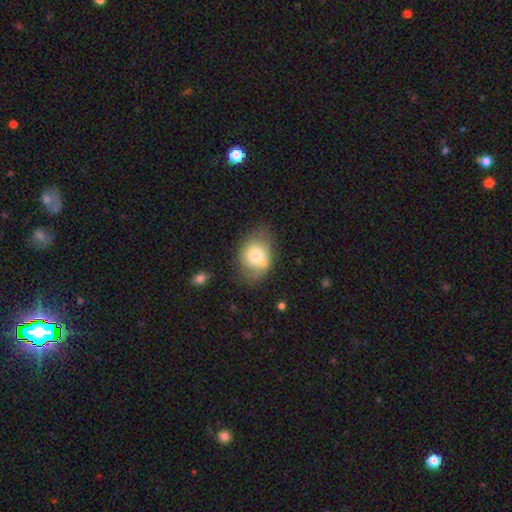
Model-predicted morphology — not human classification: type=smooth (64%); roundness=in between (60%); merging=none (52%).